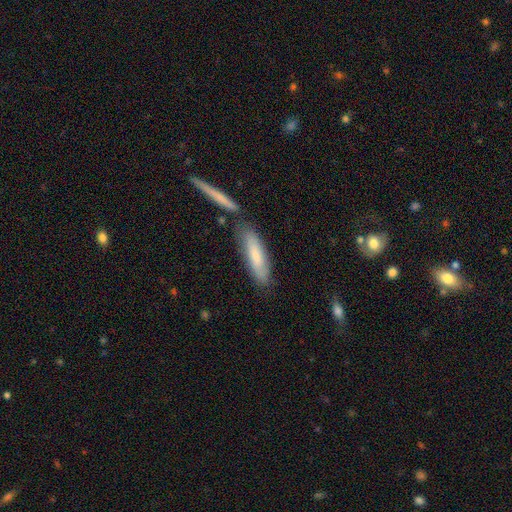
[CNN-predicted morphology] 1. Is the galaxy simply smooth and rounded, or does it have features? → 73% smooth, 21% featured or disk, 6% star or artifact.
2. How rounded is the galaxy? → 65% cigar-shaped, 33% in between, 1% round.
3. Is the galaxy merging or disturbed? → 67% none, 16% minor disturbance, 13% merger, 4% major disturbance.